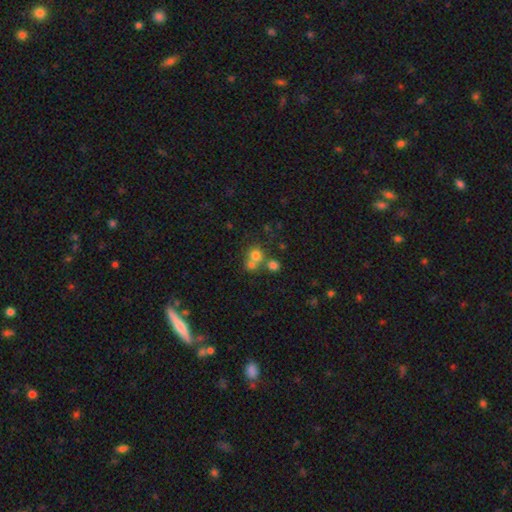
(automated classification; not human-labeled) smooth_or_featured: smooth (p=0.70) [alt: star or artifact p=0.17]
how_rounded: round (p=0.86) [alt: in between p=0.13]
merging: none (p=0.48) [alt: merger p=0.42]